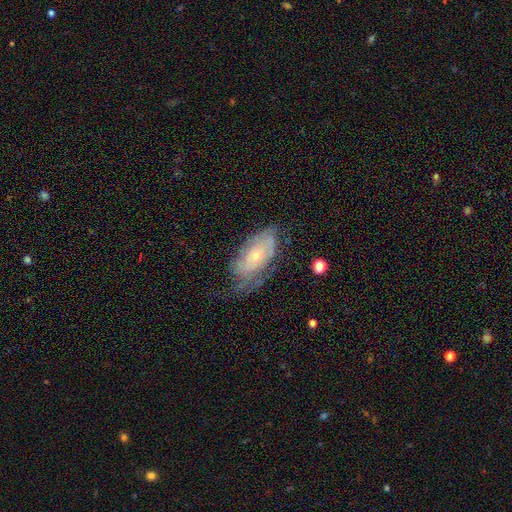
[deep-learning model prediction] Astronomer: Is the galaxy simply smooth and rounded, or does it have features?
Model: featured or disk — 63%.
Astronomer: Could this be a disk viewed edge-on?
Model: no — 90%.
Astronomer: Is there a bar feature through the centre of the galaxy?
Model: no — 81%.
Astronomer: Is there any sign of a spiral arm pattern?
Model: yes — 71%.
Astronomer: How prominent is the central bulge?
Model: small — 63%.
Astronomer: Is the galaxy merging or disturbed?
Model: none — 46% (runner-up: minor disturbance, 30%).